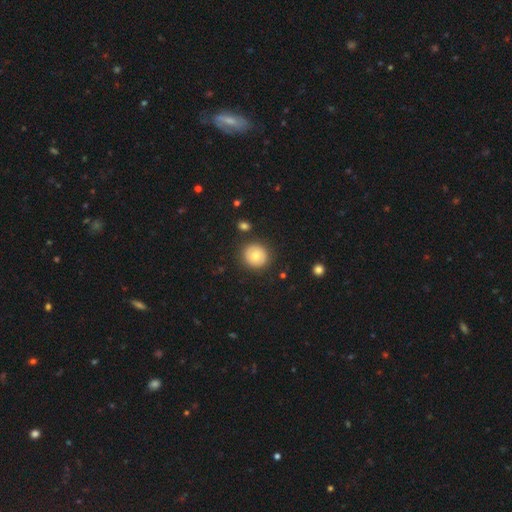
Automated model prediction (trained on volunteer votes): smooth 71%, featured or disk 20%, star or artifact 9%. Down the decision tree: how rounded — round (91%); merging — none (87%).